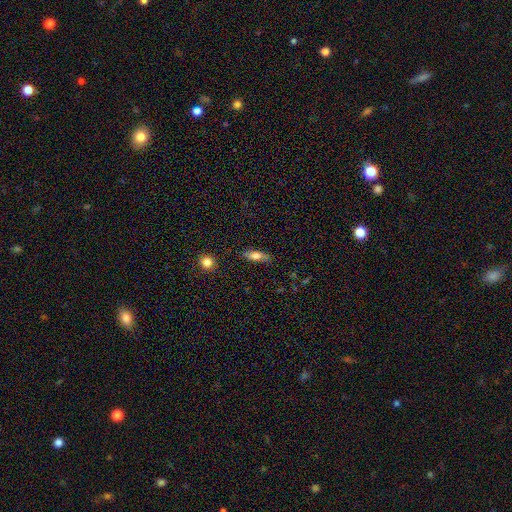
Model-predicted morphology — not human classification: A smooth galaxy with no disk features (69%) that is in between round and cigar-shaped (57%). Merging: none (81%).